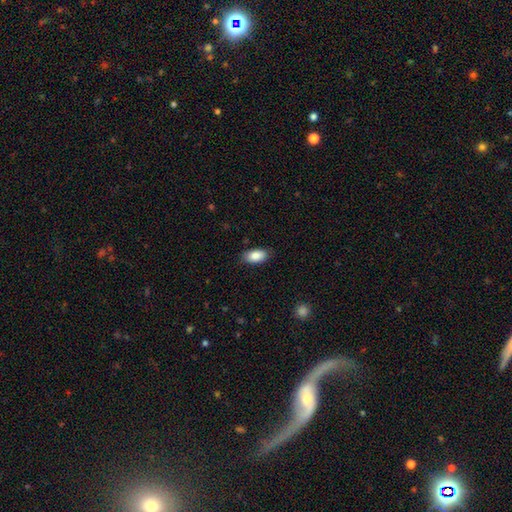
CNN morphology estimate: smooth_or_featured: smooth (p=0.88) [alt: star or artifact p=0.07]
how_rounded: in between (p=0.93) [alt: cigar-shaped p=0.04]
merging: none (p=0.85) [alt: minor disturbance p=0.12]